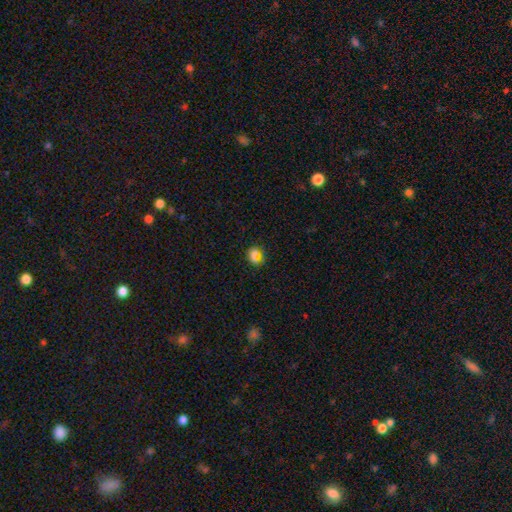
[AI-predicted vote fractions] The model was most divided on "how rounded": round: 65%, in between: 33%, cigar-shaped: 2%. More confident: merging — none (79%); smooth or featured — smooth (72%).